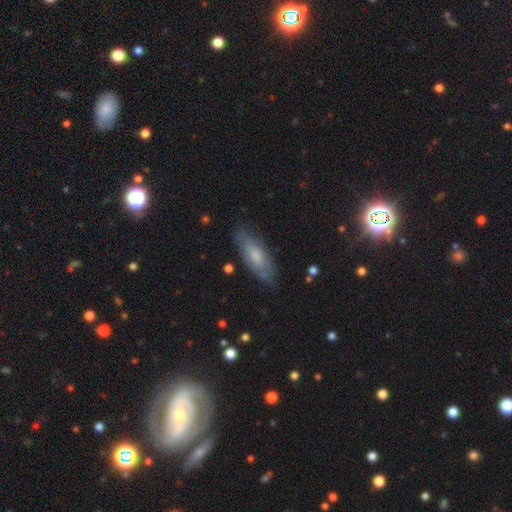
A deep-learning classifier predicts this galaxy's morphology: Smooth or featured? Predicted: smooth (p=0.49). Merging? Predicted: none (p=0.77).